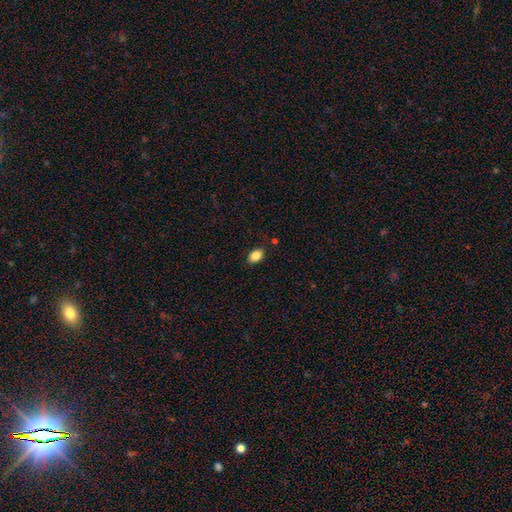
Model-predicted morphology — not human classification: This appears to be a smooth galaxy with no disk features (85%) that is in between round and cigar-shaped (84%). Merging: none (86%).